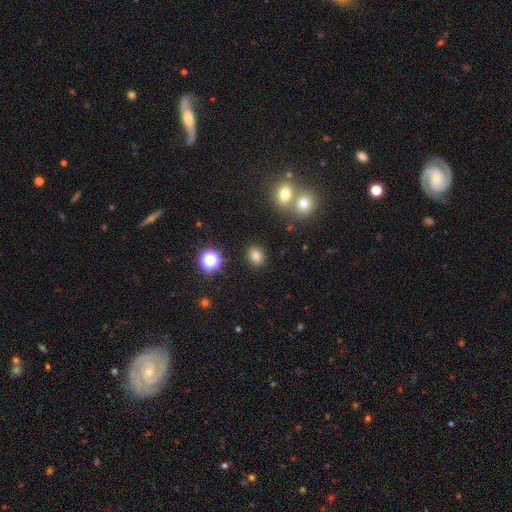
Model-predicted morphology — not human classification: Smooth or featured? Predicted: smooth (p=0.78). How rounded? Predicted: round (p=0.52). Merging? Predicted: none (p=0.85).